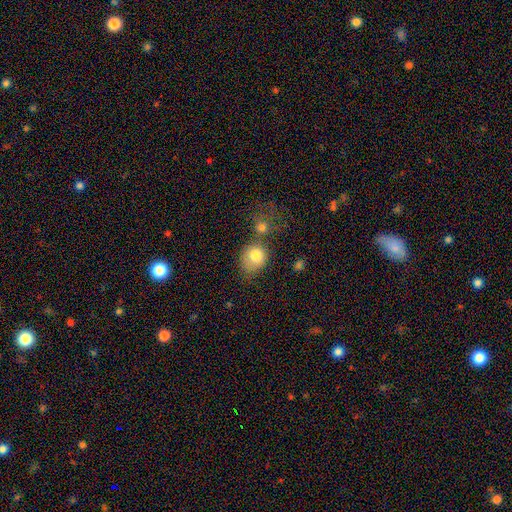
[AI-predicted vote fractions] The model was most divided on "merging": none: 41%, merger: 29%, minor disturbance: 20%, major disturbance: 10%. More confident: smooth or featured — smooth (80%); how rounded — round (62%).